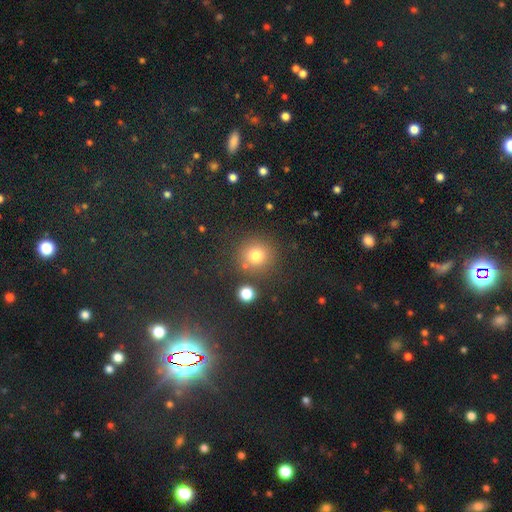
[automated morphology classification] The model was most divided on "smooth or featured": smooth: 76%, star or artifact: 16%, featured or disk: 8%. More confident: how rounded — round (91%); merging — none (79%).